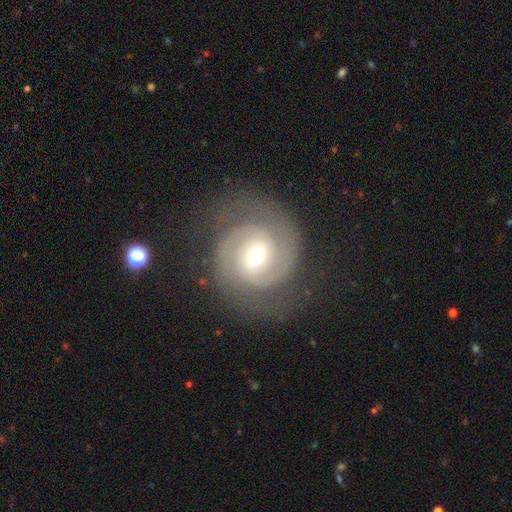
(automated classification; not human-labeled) smooth-or-featured: featured or disk: 88% | smooth: 7% | star or artifact: 5%
  disk-edge-on: no: 98% | yes: 2%
    bar: weak: 43% | no: 40% | strong: 16%
    has-spiral-arms: yes: 98% | no: 2%
      spiral-winding: tight: 61% | medium: 34% | loose: 6%
      spiral-arm-count: 2: 89% | can't tell: 4% | 3: 3% | 1: 2% | 4: 1% | more than 4: 1%
    bulge-size: small: 51% | moderate: 44% | large: 3% | dominant: 1% | none: 1%
  merging: none: 79% | minor disturbance: 12% | major disturbance: 7% | merger: 1%